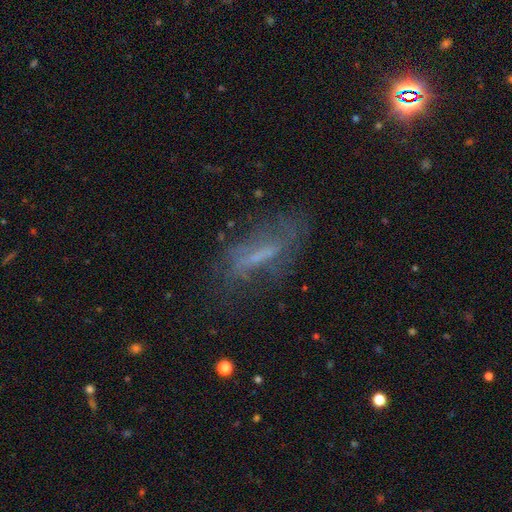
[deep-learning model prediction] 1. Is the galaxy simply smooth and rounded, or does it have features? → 53% featured or disk, 32% smooth, 15% star or artifact.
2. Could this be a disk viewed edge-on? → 71% no, 29% yes.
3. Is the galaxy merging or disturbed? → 60% none, 21% minor disturbance, 16% major disturbance, 2% merger.